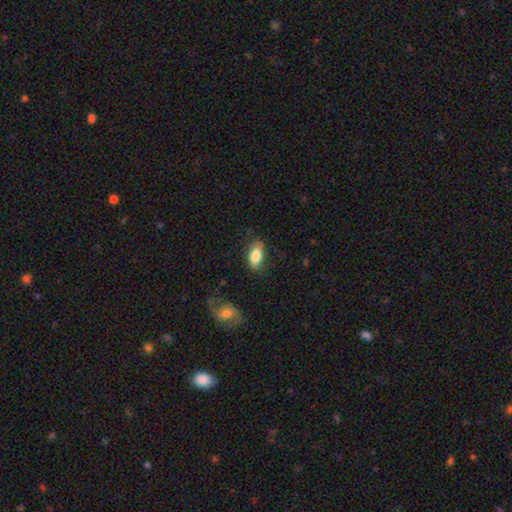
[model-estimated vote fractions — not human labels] This appears to be a smooth galaxy with no disk features (81%) that is in between round and cigar-shaped (86%). Merging: none (75%).